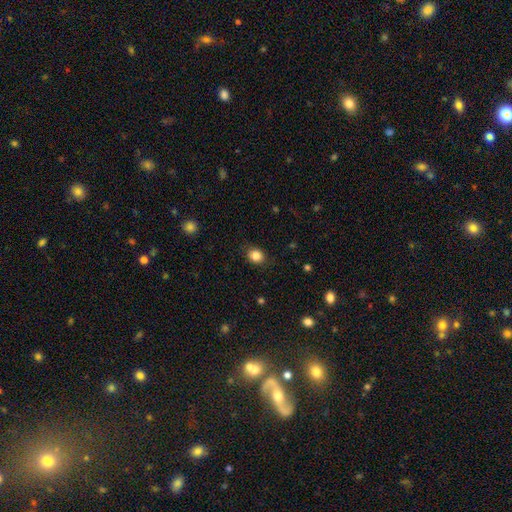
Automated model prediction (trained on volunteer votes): smooth_or_featured: smooth (p=0.85) [alt: star or artifact p=0.10]
how_rounded: round (p=0.58) [alt: in between p=0.41]
merging: none (p=0.84) [alt: minor disturbance p=0.12]